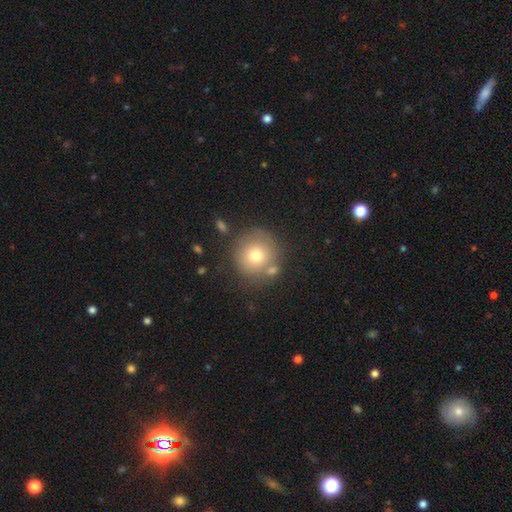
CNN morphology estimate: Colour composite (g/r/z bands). It shows a smooth galaxy with no disk features (72%) that is round (94%). Merging: none (73%).